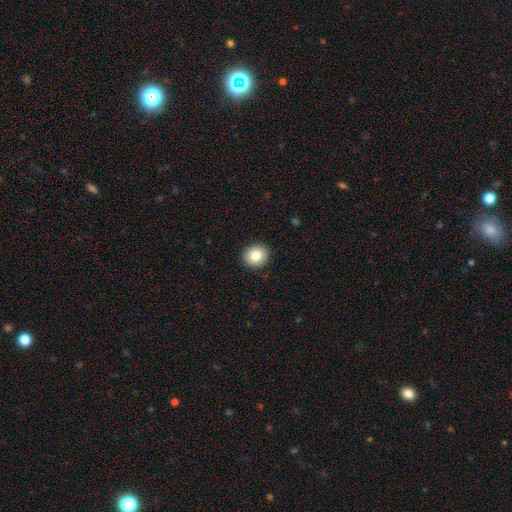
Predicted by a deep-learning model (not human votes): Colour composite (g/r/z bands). It shows a smooth galaxy with no disk features (82%) that is round (89%). Merging: none (93%).